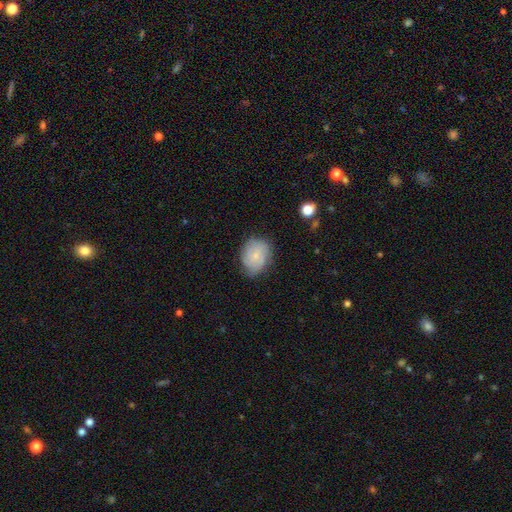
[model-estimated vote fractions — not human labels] Smooth or featured? featured or disk (61%)
Edge-on disk? no (98%)
Bar? no (72%)
Spiral arms? yes (92%)
Spiral winding? tight (62%)
Spiral arm count? can't tell (33%)
Bulge size? small (76%)
Merging? none (74%)